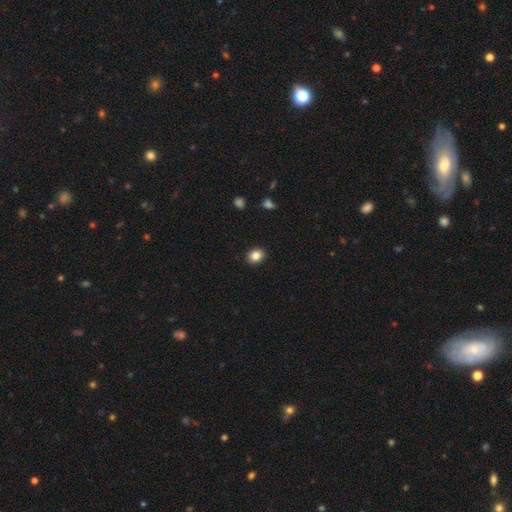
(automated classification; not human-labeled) Overall: smooth (85%). How rounded: in between (51%; round 48%). Merging: none (91%).